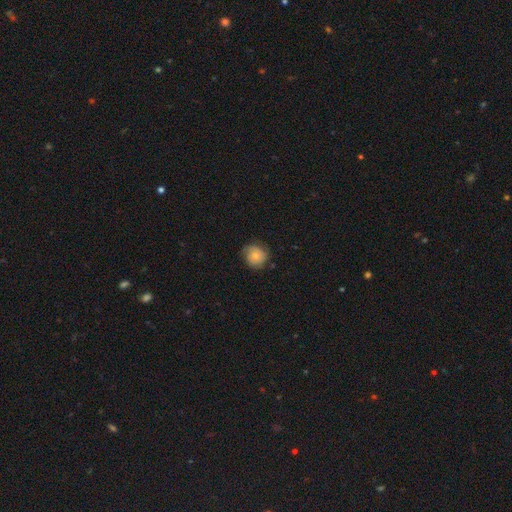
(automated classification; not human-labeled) Q: Smooth or featured?
A: smooth (54%); runner-up: featured or disk (38%)
Q: How rounded?
A: round (84%); runner-up: in between (15%)
Q: Merging?
A: none (67%); runner-up: minor disturbance (24%)